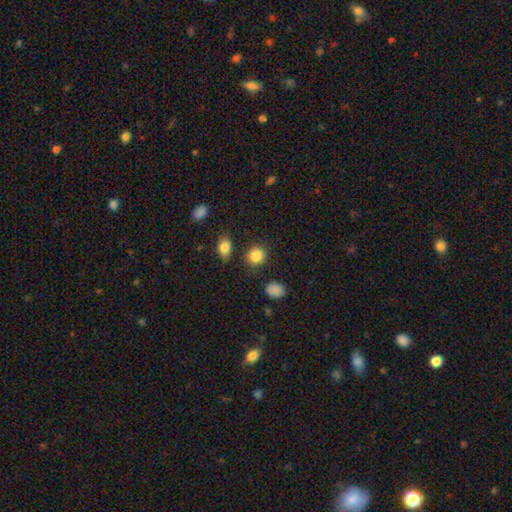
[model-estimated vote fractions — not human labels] This appears to be a smooth galaxy with no disk features (86%) that is round (79%). Merging: none (82%).